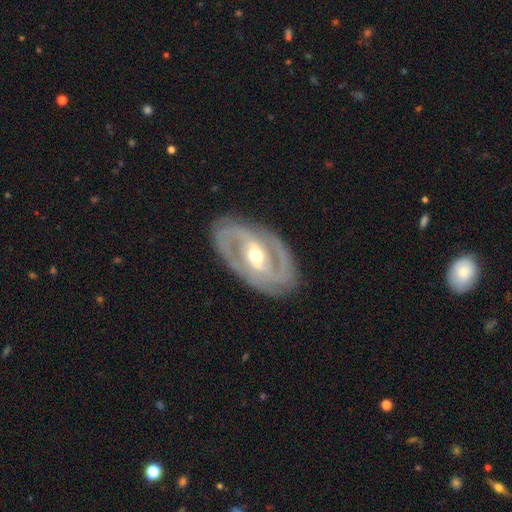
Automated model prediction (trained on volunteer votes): Smooth or featured? Predicted: featured or disk (p=0.87). Edge-on disk? Predicted: no (p=0.94). Bar? Predicted: strong (p=0.41, tied with weak). Spiral arms? Predicted: yes (p=0.91). Spiral winding? Predicted: tight (p=0.51). Spiral arm count? Predicted: 2 (p=0.78). Bulge size? Predicted: moderate (p=0.70). Merging? Predicted: none (p=0.83).